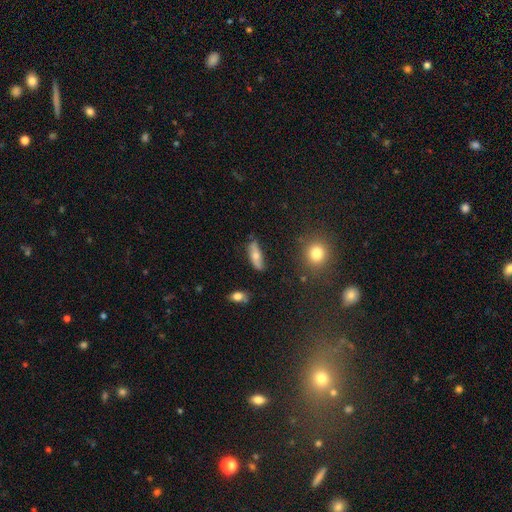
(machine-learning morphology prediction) smooth_or_featured: smooth (p=0.59) [alt: featured or disk p=0.33]
how_rounded: in between (p=0.54) [alt: cigar-shaped p=0.43]
merging: none (p=0.75) [alt: minor disturbance p=0.18]